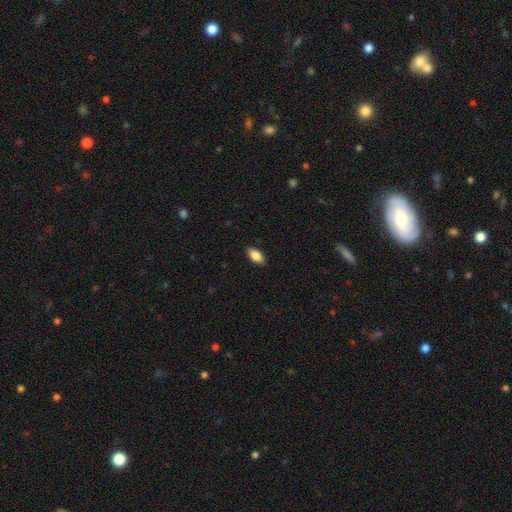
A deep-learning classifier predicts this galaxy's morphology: A smooth galaxy with no disk features (83%) that is in between round and cigar-shaped (89%).

Vote fractions:
- Smooth or featured? smooth: 83% / featured or disk: 10% / star or artifact: 7%
- How rounded? in between: 89% / cigar-shaped: 7% / round: 3%
- Merging? none: 88% / minor disturbance: 9% / major disturbance: 2% / merger: 1%